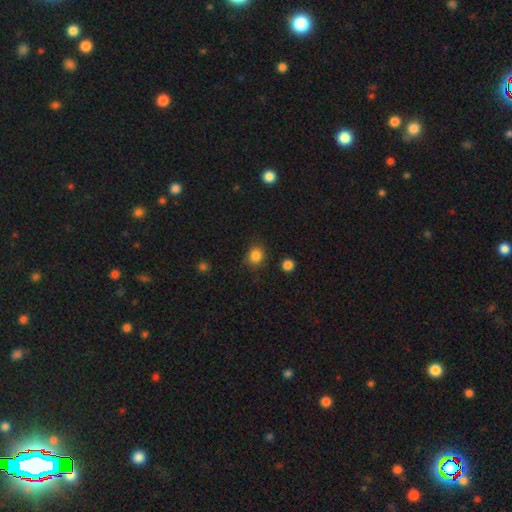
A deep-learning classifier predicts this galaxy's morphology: Smooth or featured?
  - smooth: 85% *
  - star or artifact: 11%
  - featured or disk: 4%
How rounded?
  - round: 75% *
  - in between: 24%
  - cigar-shaped: 1%
Merging?
  - none: 82% *
  - minor disturbance: 12%
  - major disturbance: 3%
  - merger: 2%